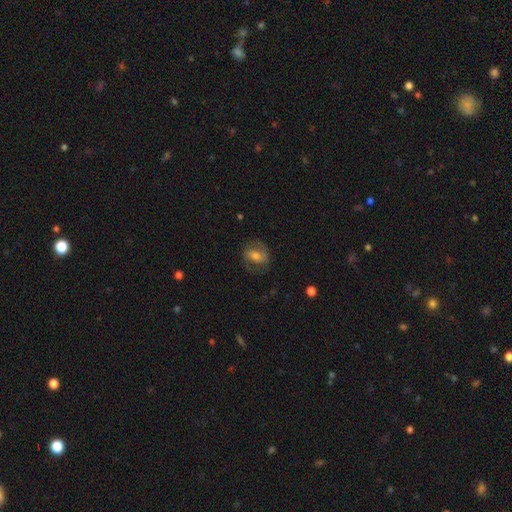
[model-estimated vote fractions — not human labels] This is possibly a featured or disk galaxy (53%). It is clearly not viewed edge-on (96%). Bar: marginally weak (40%). Spiral arm pattern: clearly yes (81%). Central bulge: possibly moderate (54%). Merging: likely none (74%).